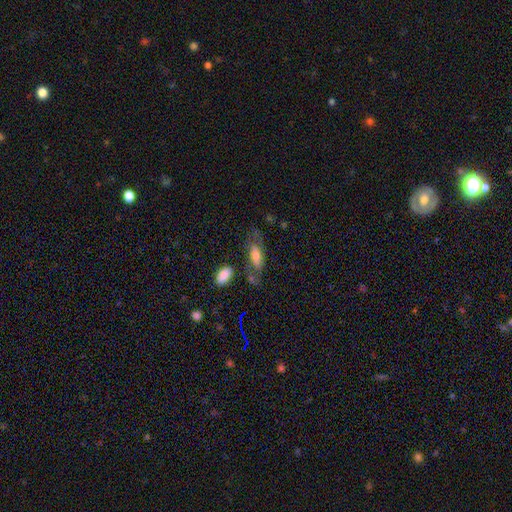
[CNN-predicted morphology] Smooth or featured?
  - smooth: 59% *
  - featured or disk: 33%
  - star or artifact: 8%
How rounded?
  - in between: 72% *
  - cigar-shaped: 25%
  - round: 3%
Merging?
  - none: 56% *
  - minor disturbance: 22%
  - major disturbance: 14%
  - merger: 8%